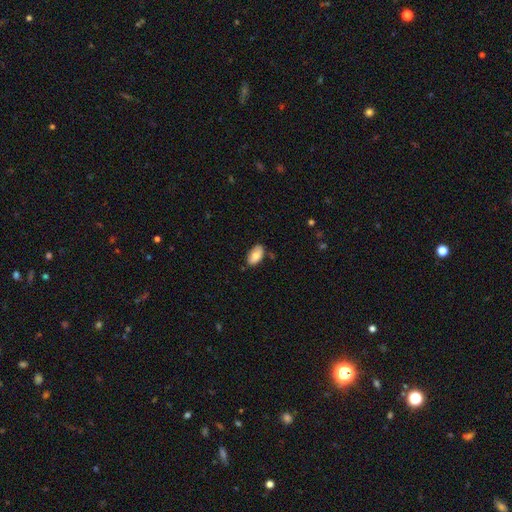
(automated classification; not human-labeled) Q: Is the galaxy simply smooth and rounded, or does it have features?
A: smooth — 81%.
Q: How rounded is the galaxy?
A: in between — 95%.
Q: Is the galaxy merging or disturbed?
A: none — 77%.